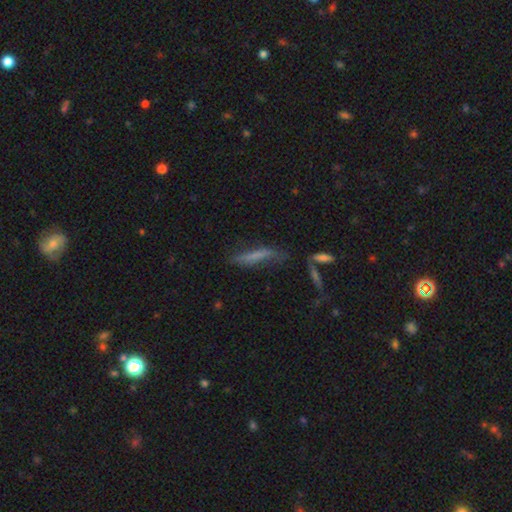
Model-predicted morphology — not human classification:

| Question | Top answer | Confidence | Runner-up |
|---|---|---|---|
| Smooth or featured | smooth | 60% | featured or disk (29%) |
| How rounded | cigar-shaped | 83% | in between (15%) |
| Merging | none | 52% | minor disturbance (26%) |